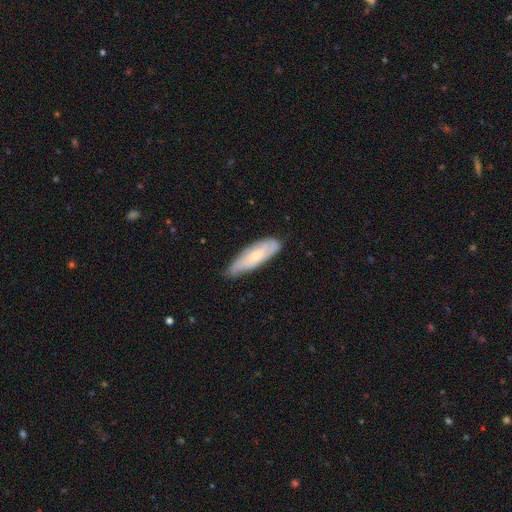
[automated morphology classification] Overall: smooth (54%; featured or disk 40%). How rounded: in between (49%, tied with cigar-shaped). Merging: none (69%).